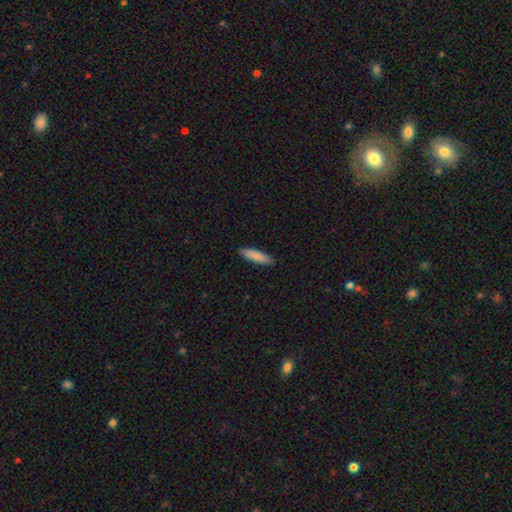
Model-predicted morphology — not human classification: A smooth galaxy with no disk features (86%) that is cigar-shaped (69%).

Vote fractions:
- Smooth or featured? smooth: 86% / featured or disk: 8% / star or artifact: 6%
- How rounded? cigar-shaped: 69% / in between: 29% / round: 1%
- Merging? none: 89% / minor disturbance: 9% / major disturbance: 2% / merger: 1%